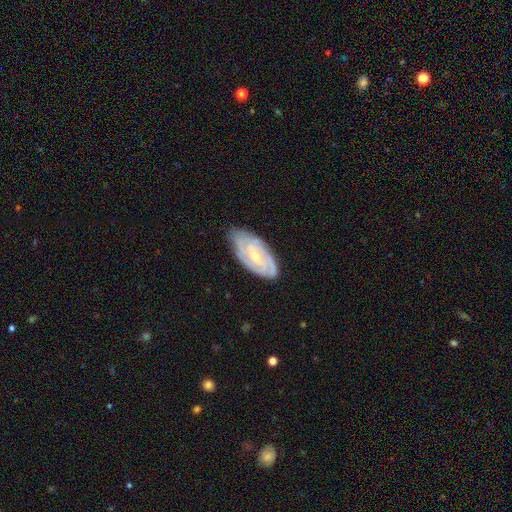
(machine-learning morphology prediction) A featured or disk galaxy (79%) with no bar (54%), tight (69%) spiral arms (92%) and a small central bulge (55%).

Vote fractions:
- Smooth or featured? featured or disk: 79% / smooth: 16% / star or artifact: 5%
- Edge-on disk? no: 93% / yes: 7%
- Bar? no: 54% / weak: 36% / strong: 10%
- Spiral arms? yes: 92% / no: 8%
- Spiral winding? tight: 69% / medium: 25% / loose: 6%
- Spiral arm count? can't tell: 35% / 2: 29% / 3: 20% / 4: 8% / 1: 4% / more than 4: 4%
- Bulge size? small: 55% / moderate: 42% / large: 1% / none: 1% / dominant: 1%
- Merging? none: 73% / minor disturbance: 22% / major disturbance: 4% / merger: 1%